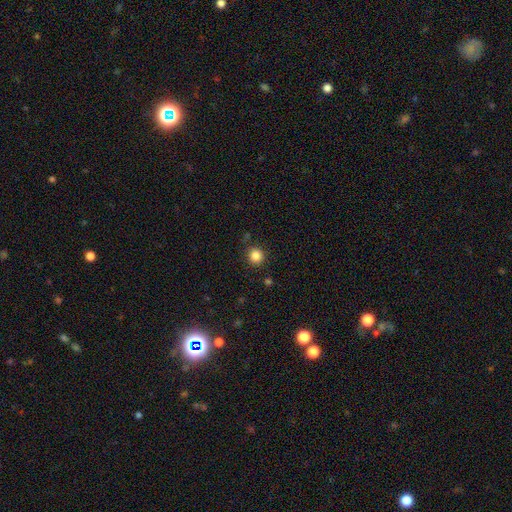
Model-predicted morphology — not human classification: smooth-or-featured: smooth: 85% | star or artifact: 11% | featured or disk: 4%
  how-rounded: round: 92% | in between: 7% | cigar-shaped: 1%
  merging: none: 88% | minor disturbance: 7% | major disturbance: 2% | merger: 2%